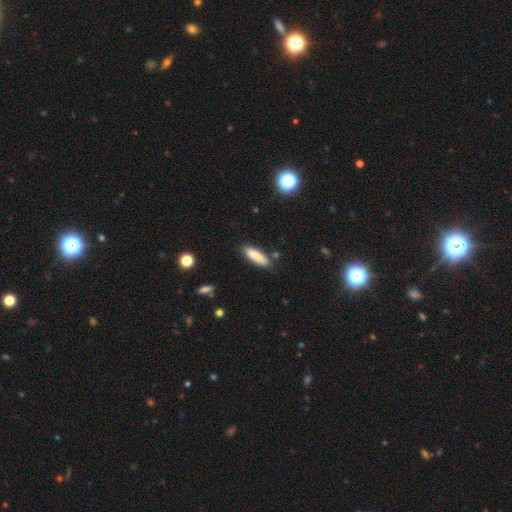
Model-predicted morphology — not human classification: This is clearly a smooth galaxy (85%). How rounded: possibly cigar-shaped (56%). Merging: clearly none (83%).